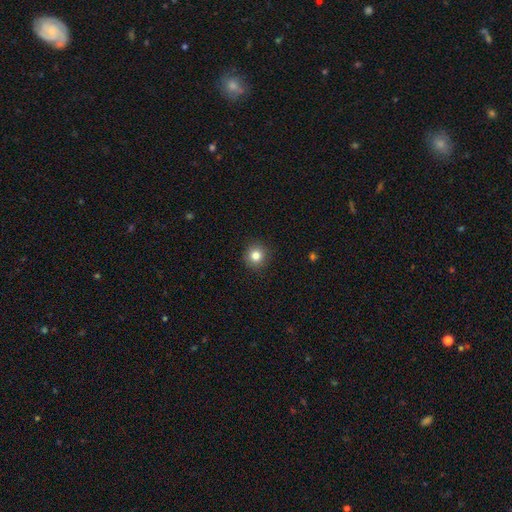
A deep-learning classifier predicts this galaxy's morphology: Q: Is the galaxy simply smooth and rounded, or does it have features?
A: smooth — 83%.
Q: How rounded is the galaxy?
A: round — 94%.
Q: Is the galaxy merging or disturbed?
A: none — 92%.